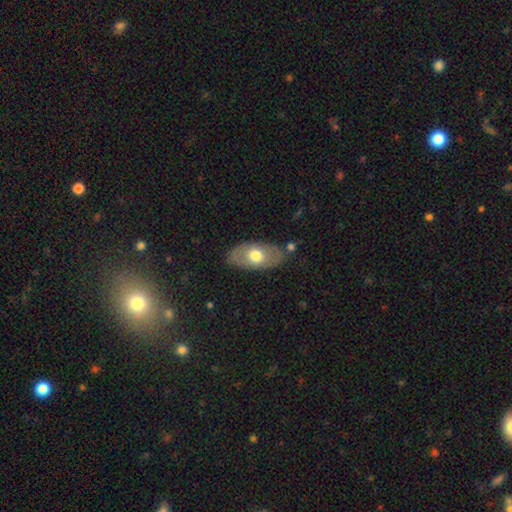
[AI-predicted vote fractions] This appears to be a smooth galaxy with no disk features (58%) that is in between round and cigar-shaped (91%). Merging: none (79%).